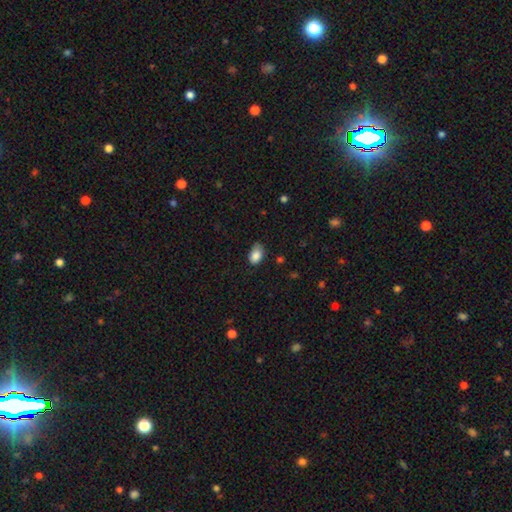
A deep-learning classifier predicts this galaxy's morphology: This appears to be a smooth galaxy with no disk features (86%) that is in between round and cigar-shaped (86%). Merging: none (59%).